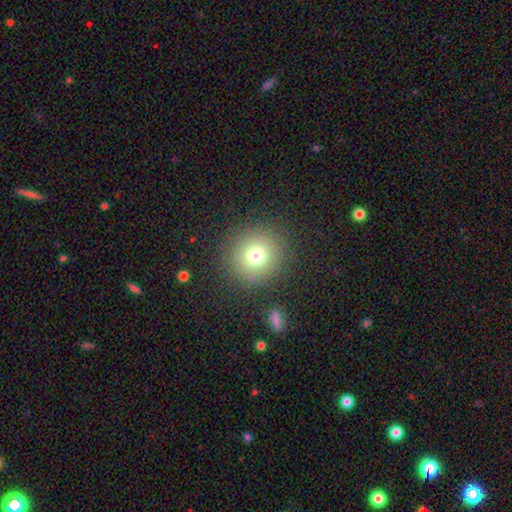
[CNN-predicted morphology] Overall: smooth (74%). How rounded: round (91%). Merging: none (87%).